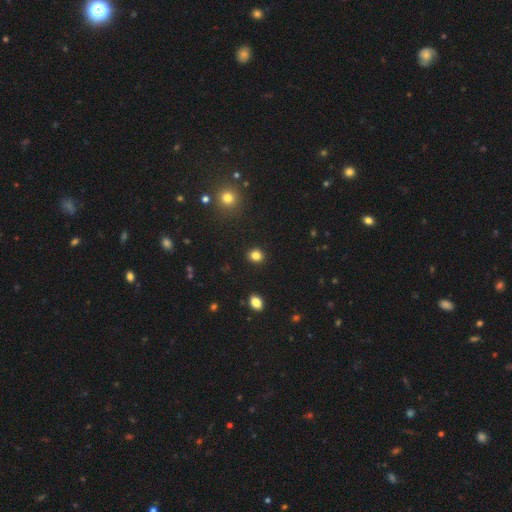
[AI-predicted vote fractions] A smooth galaxy with no disk features (83%) that is round (78%).

Vote fractions:
- Smooth or featured? smooth: 83% / star or artifact: 12% / featured or disk: 5%
- How rounded? round: 78% / in between: 22% / cigar-shaped: 1%
- Merging? none: 91% / minor disturbance: 5% / major disturbance: 2% / merger: 1%